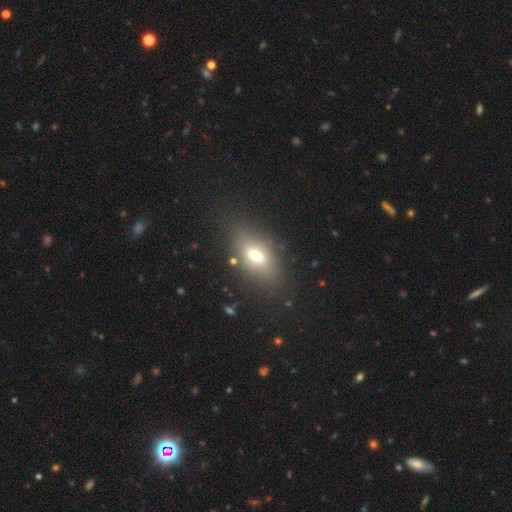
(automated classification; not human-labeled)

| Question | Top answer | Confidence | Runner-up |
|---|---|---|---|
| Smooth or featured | smooth | 63% | featured or disk (24%) |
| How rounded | in between | 83% | round (9%) |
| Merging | none | 77% | minor disturbance (13%) |